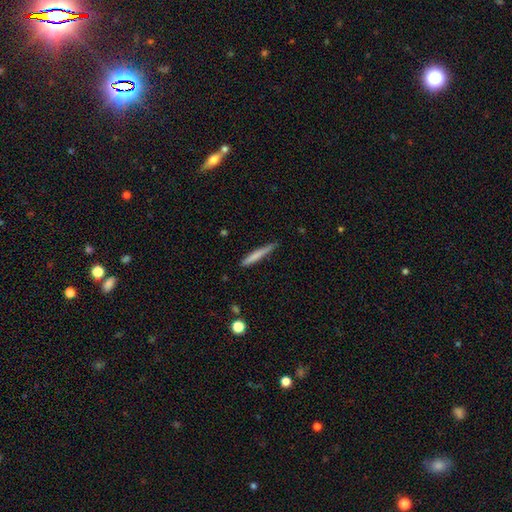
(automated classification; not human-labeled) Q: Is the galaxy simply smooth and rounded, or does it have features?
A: smooth — 71%.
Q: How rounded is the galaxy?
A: cigar-shaped — 95%.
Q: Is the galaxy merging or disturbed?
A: none — 80%.